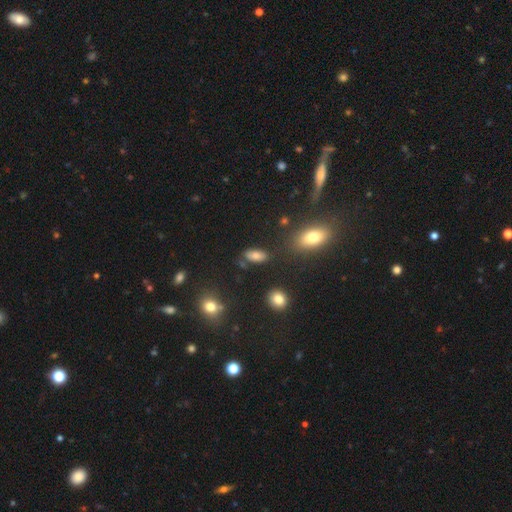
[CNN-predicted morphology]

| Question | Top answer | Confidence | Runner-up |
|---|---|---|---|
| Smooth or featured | smooth | 76% | featured or disk (12%) |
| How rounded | in between | 86% | cigar-shaped (9%) |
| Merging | none | 76% | minor disturbance (14%) |